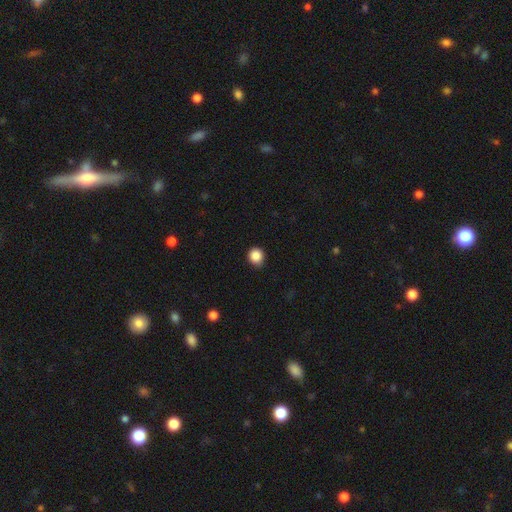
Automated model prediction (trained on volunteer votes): A smooth galaxy with no disk features (87%) that is round (88%). Merging: none (85%).